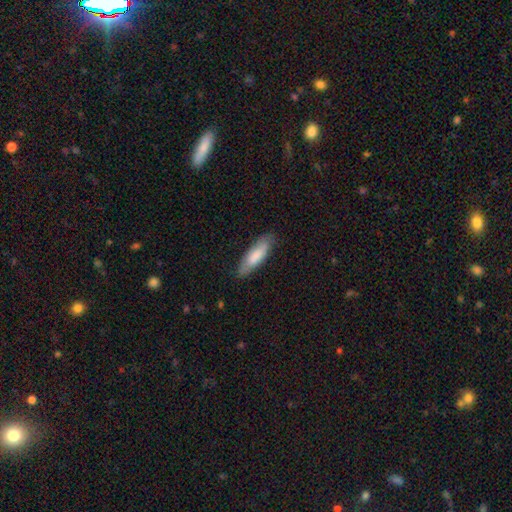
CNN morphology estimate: type=smooth (76%); roundness=cigar-shaped (49%, tied with in between); merging=none (80%).